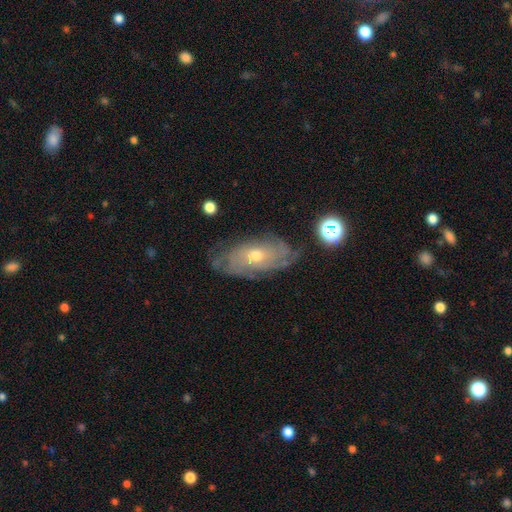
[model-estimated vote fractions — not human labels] A featured or disk galaxy (74%) with no bar (77%), tight (68%) spiral arms (86%) and a moderate central bulge (52%). Merging: none (77%).